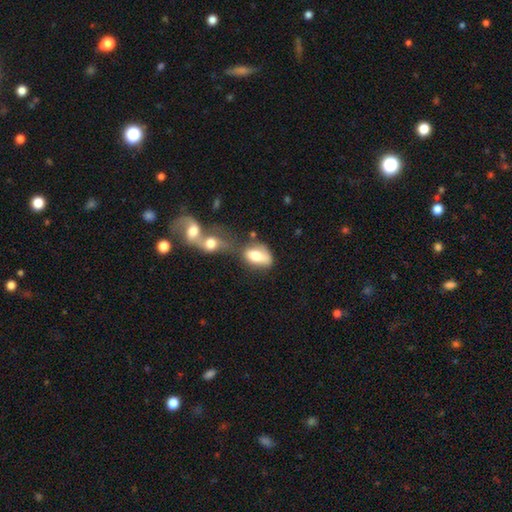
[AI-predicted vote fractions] A smooth galaxy with no disk features (69%) that is in between round and cigar-shaped (88%).

Vote fractions:
- Smooth or featured? smooth: 69% / featured or disk: 22% / star or artifact: 8%
- How rounded? in between: 88% / round: 9% / cigar-shaped: 3%
- Merging? merger: 48% / none: 24% / minor disturbance: 14% / major disturbance: 14%